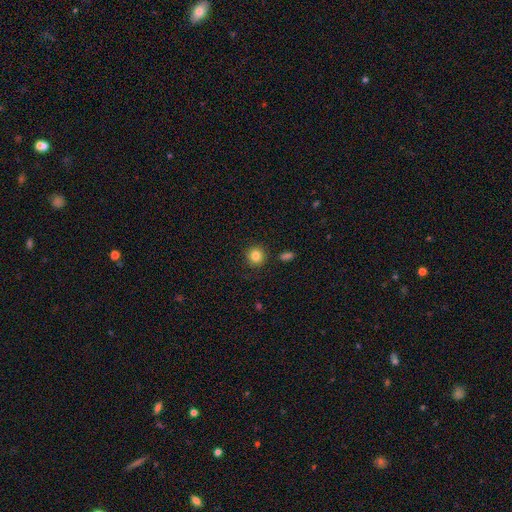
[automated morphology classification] smooth_or_featured: smooth (p=0.84) [alt: star or artifact p=0.11]
how_rounded: round (p=0.93) [alt: in between p=0.06]
merging: none (p=0.89) [alt: minor disturbance p=0.06]